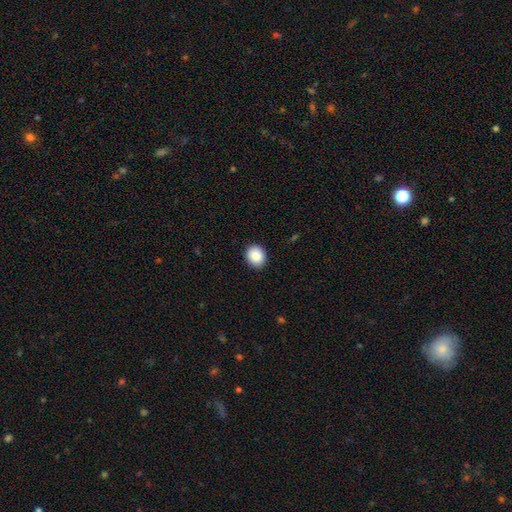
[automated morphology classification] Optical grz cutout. It shows a smooth galaxy with no disk features (89%) that is round (66%). Merging: none (90%).